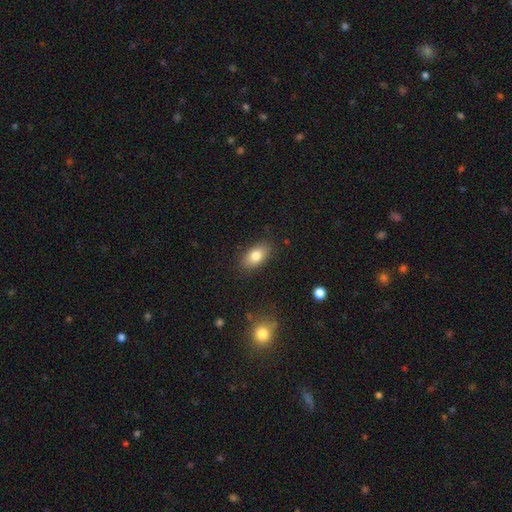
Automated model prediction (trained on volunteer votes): Morphology: type=smooth (80%); roundness=in between (89%); merging=none (85%).